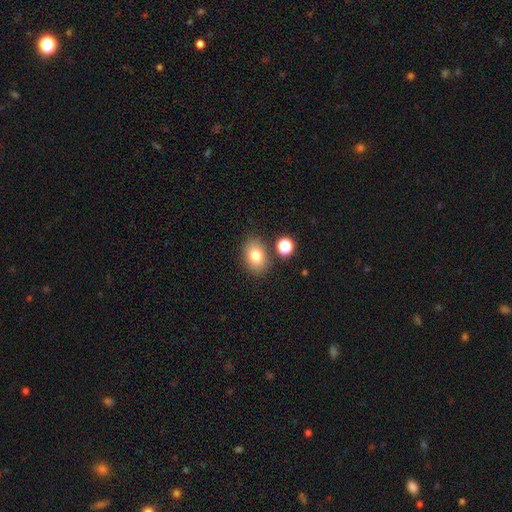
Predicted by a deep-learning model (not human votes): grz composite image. It shows a smooth galaxy with no disk features (80%) that is in between round and cigar-shaped (77%). Merging: none (81%).